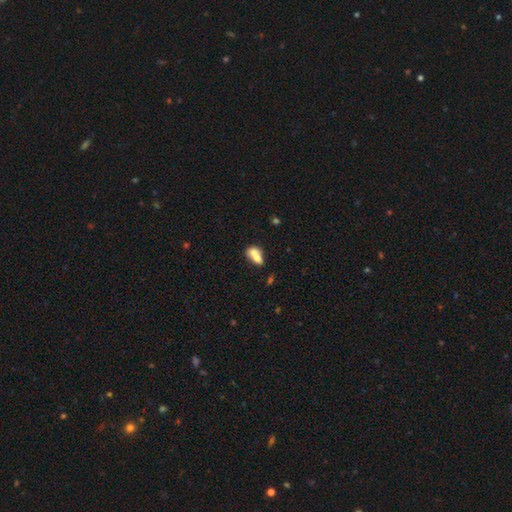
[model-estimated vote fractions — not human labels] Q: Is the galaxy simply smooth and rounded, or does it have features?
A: smooth — 69%.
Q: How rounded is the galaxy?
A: in between — 72%.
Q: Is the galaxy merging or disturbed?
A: merger — 64%.